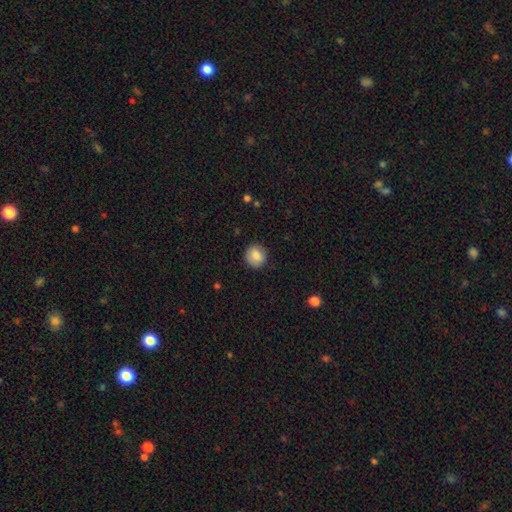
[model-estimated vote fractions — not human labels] Smooth or featured?
  - smooth: 84% *
  - star or artifact: 8%
  - featured or disk: 8%
How rounded?
  - round: 89% *
  - in between: 10%
  - cigar-shaped: 1%
Merging?
  - none: 89% *
  - minor disturbance: 8%
  - major disturbance: 2%
  - merger: 1%